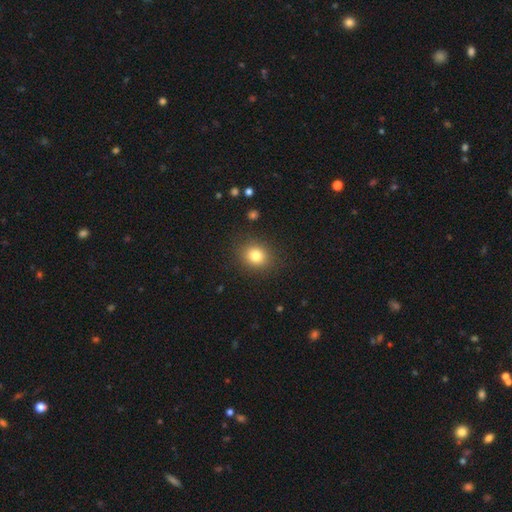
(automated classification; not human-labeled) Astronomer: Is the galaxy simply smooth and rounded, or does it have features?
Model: smooth — 81%.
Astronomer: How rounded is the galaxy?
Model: round — 67%.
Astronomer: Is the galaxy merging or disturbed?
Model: none — 87%.